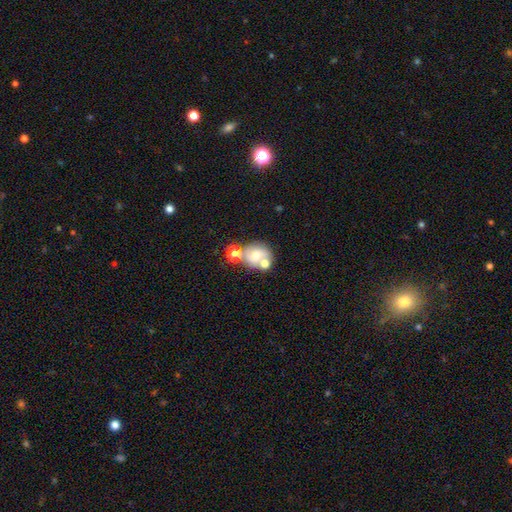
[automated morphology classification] This appears to be a smooth galaxy with no disk features (51%) that is round (73%). Merging: none (42%).